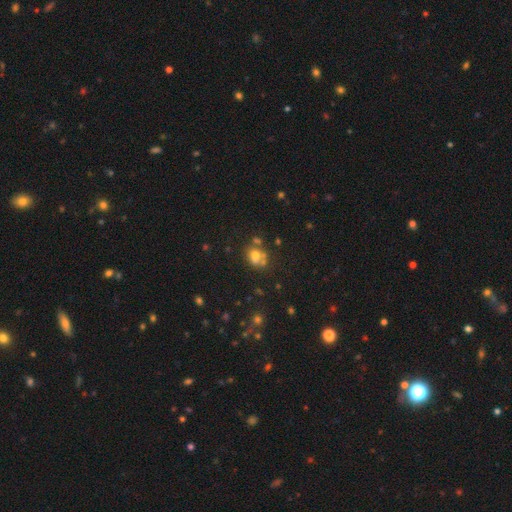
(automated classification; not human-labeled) The model was most divided on "merging": none: 45%, merger: 31%, minor disturbance: 16%, major disturbance: 8%. More confident: smooth or featured — smooth (64%); how rounded — round (58%).